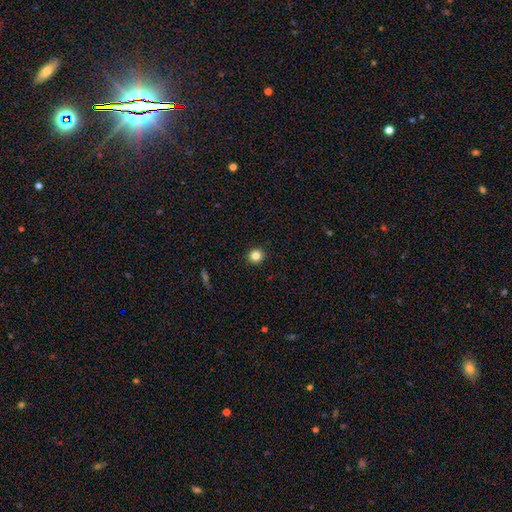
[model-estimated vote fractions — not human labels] smooth-or-featured: smooth: 83% | star or artifact: 12% | featured or disk: 5%
  how-rounded: round: 93% | in between: 6% | cigar-shaped: 1%
  merging: none: 93% | minor disturbance: 5% | major disturbance: 1% | merger: 1%